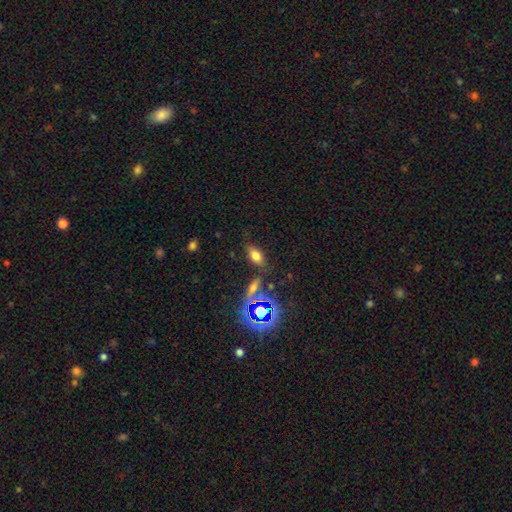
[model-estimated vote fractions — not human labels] Smooth or featured: smooth — 66% (star or artifact — 21%)
How rounded: in between — 82% (cigar-shaped — 11%)
Merging: none — 77% (minor disturbance — 12%)